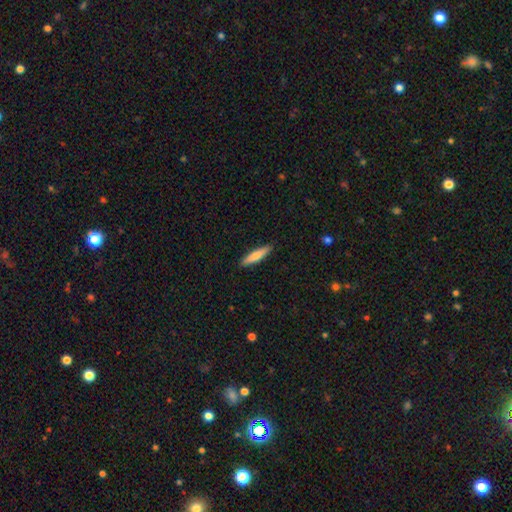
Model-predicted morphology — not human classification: type=smooth (70%); roundness=cigar-shaped (84%); merging=none (90%).